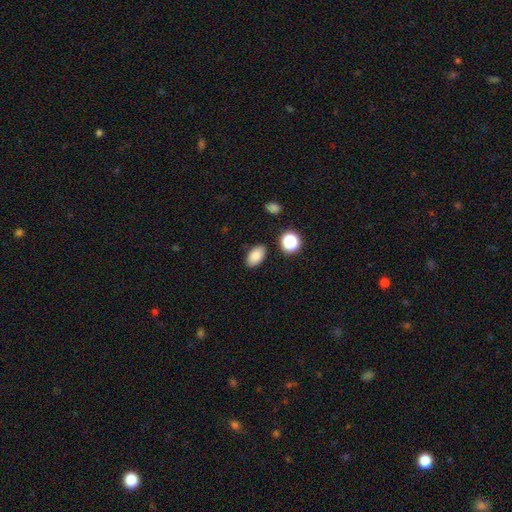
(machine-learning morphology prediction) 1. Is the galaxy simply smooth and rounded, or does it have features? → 85% smooth, 10% star or artifact, 5% featured or disk.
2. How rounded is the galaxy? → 90% in between, 9% round, 1% cigar-shaped.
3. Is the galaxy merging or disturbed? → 85% none, 10% minor disturbance, 3% major disturbance, 2% merger.